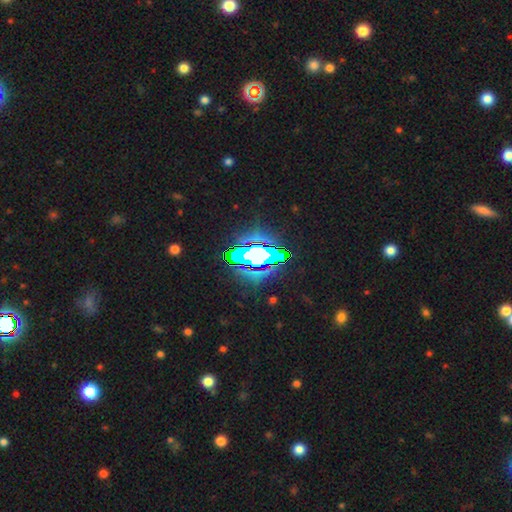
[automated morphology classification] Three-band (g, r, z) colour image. It shows a star or artifact, not a galaxy (65%).